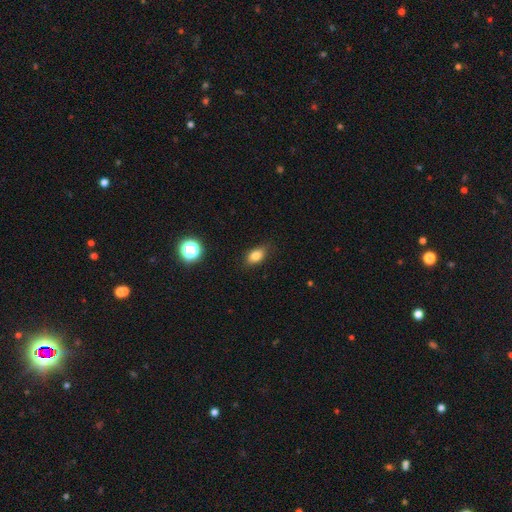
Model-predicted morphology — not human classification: Smooth or featured?
  - smooth: 80% *
  - star or artifact: 11%
  - featured or disk: 9%
How rounded?
  - in between: 82% *
  - round: 14%
  - cigar-shaped: 4%
Merging?
  - none: 81% *
  - minor disturbance: 15%
  - major disturbance: 3%
  - merger: 1%